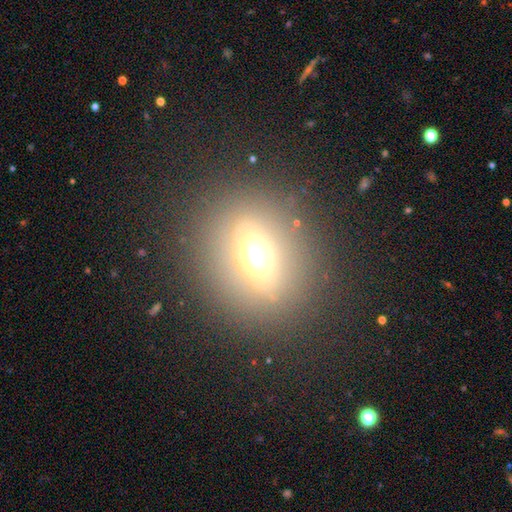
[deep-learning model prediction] This appears to be a smooth galaxy with no disk features (53%) that is round (51%). Merging: none (85%).